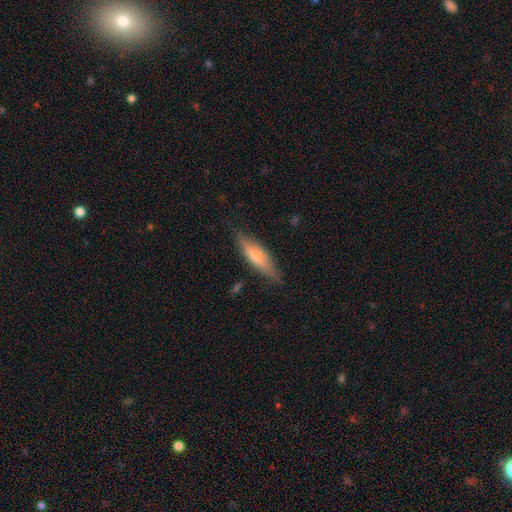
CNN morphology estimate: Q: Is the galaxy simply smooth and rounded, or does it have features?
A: smooth — 54%.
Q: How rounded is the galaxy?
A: cigar-shaped — 71%.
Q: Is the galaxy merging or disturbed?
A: none — 80%.